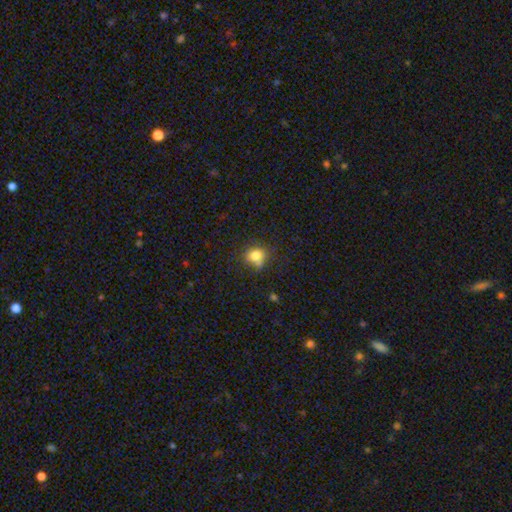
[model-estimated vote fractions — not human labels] The model was most divided on "how rounded": round: 67%, in between: 32%, cigar-shaped: 1%. More confident: smooth or featured — smooth (78%); merging — none (59%).